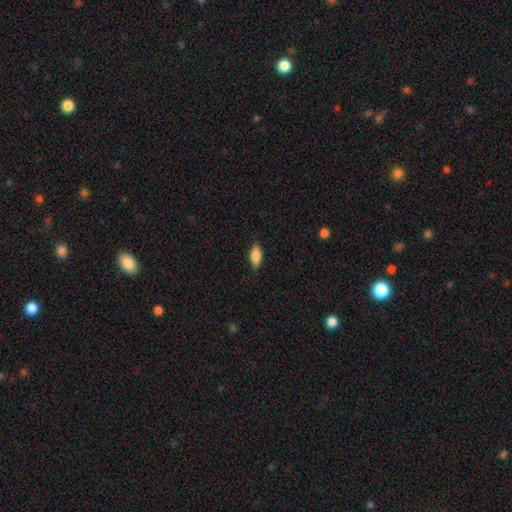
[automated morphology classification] smooth-or-featured: smooth: 84% | featured or disk: 9% | star or artifact: 6%
  how-rounded: in between: 83% | cigar-shaped: 15% | round: 2%
  merging: none: 86% | minor disturbance: 11% | major disturbance: 2% | merger: 1%